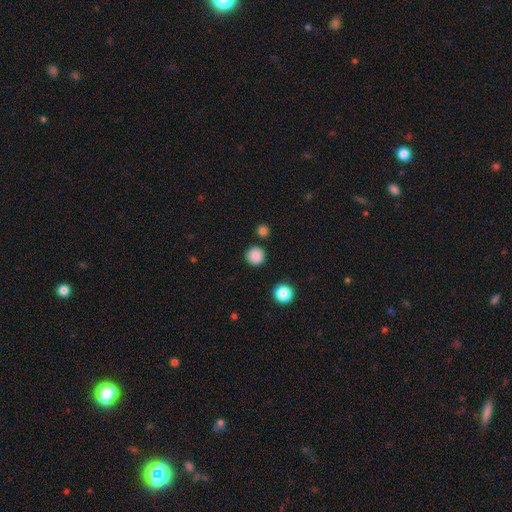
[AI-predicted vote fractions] Overall: smooth (86%). How rounded: round (95%). Merging: none (89%).